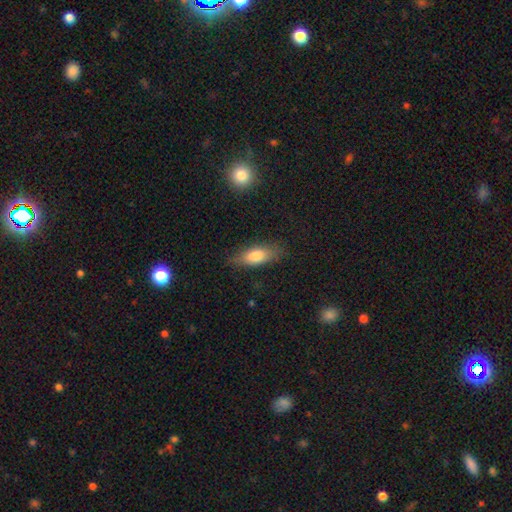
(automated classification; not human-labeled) Smooth or featured? Predicted: smooth (p=0.77). How rounded? Predicted: in between (p=0.70). Merging? Predicted: none (p=0.79).